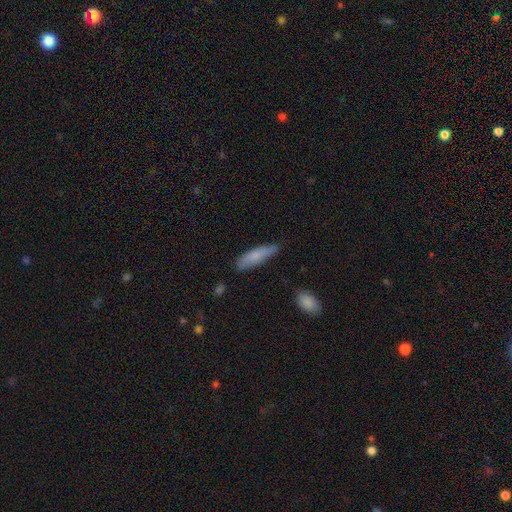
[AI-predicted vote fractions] The model was most divided on "how rounded": cigar-shaped: 65%, in between: 34%, round: 2%. More confident: smooth or featured — smooth (78%); merging — none (73%).